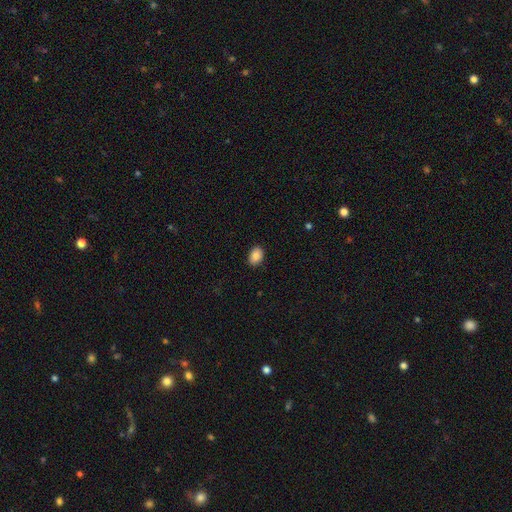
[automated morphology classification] This is clearly a smooth galaxy (86%). How rounded: likely in between (78%). Merging: clearly none (89%).